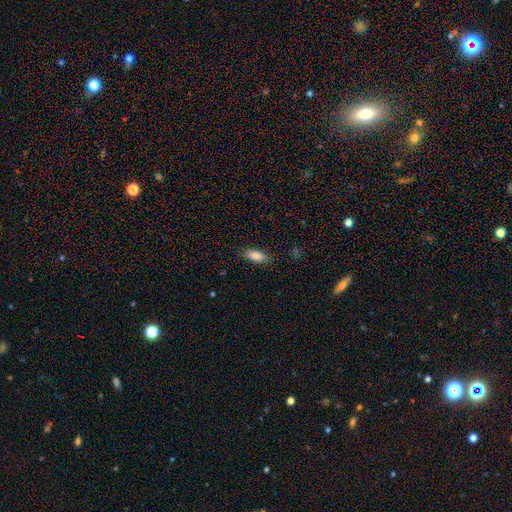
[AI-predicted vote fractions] smooth_or_featured: smooth (p=0.85) [alt: featured or disk p=0.08]
how_rounded: in between (p=0.84) [alt: cigar-shaped p=0.13]
merging: none (p=0.86) [alt: minor disturbance p=0.11]